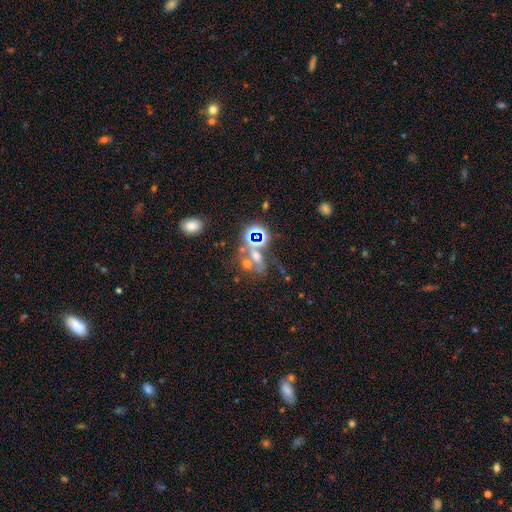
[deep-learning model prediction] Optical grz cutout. It shows a star or artifact, not a galaxy (48%).